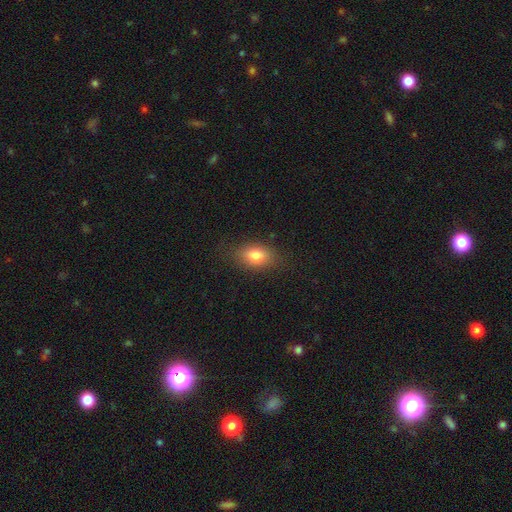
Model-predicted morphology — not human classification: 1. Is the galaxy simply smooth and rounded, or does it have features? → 79% smooth, 11% featured or disk, 10% star or artifact.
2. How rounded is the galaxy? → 80% in between, 17% round, 3% cigar-shaped.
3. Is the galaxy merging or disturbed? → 81% none, 14% minor disturbance, 4% major disturbance, 1% merger.